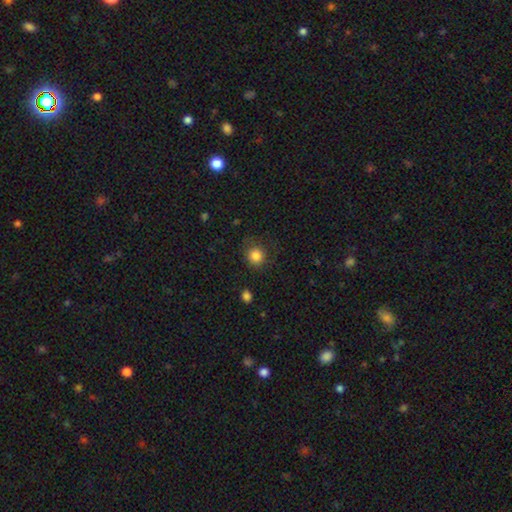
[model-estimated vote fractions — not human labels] smooth 84%, star or artifact 11%, featured or disk 5%. Down the decision tree: how rounded — round (87%); merging — none (78%).